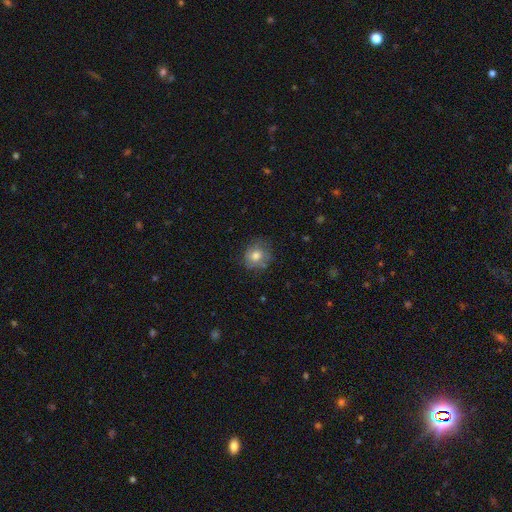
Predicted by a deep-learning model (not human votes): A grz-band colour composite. It shows a smooth galaxy with no disk features (76%) that is round (76%). Merging: none (69%).